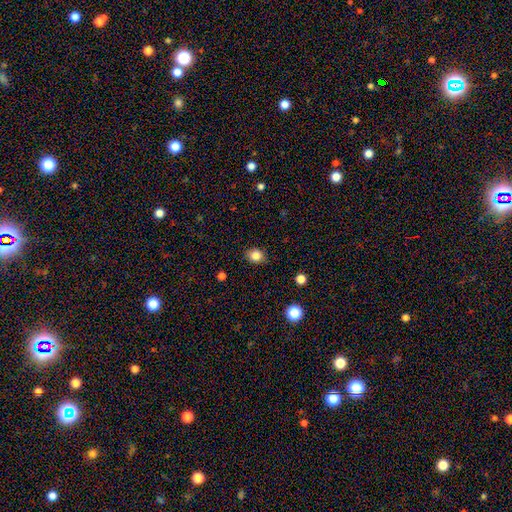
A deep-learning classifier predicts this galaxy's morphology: Smooth or featured?
  - smooth: 84% *
  - star or artifact: 11%
  - featured or disk: 5%
How rounded?
  - round: 67% *
  - in between: 32%
  - cigar-shaped: 1%
Merging?
  - none: 88% *
  - minor disturbance: 9%
  - major disturbance: 2%
  - merger: 1%